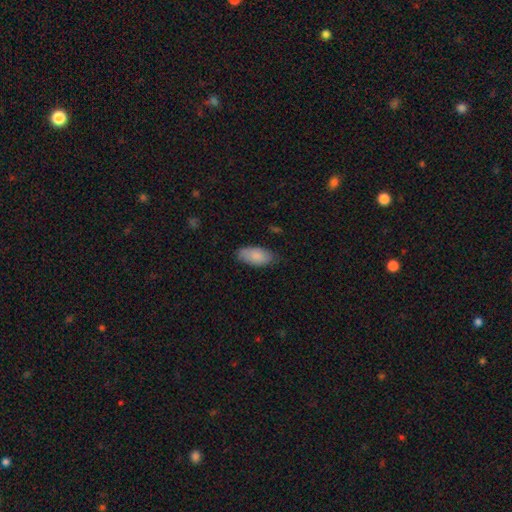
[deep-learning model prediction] smooth 86%, featured or disk 7%, star or artifact 6%. Down the decision tree: how rounded — in between (91%); merging — none (76%).